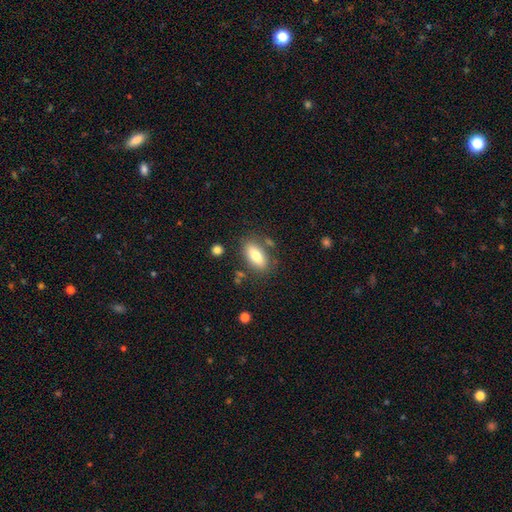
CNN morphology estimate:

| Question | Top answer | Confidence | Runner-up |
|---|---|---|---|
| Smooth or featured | smooth | 77% | featured or disk (16%) |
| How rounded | in between | 85% | cigar-shaped (11%) |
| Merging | none | 77% | minor disturbance (13%) |